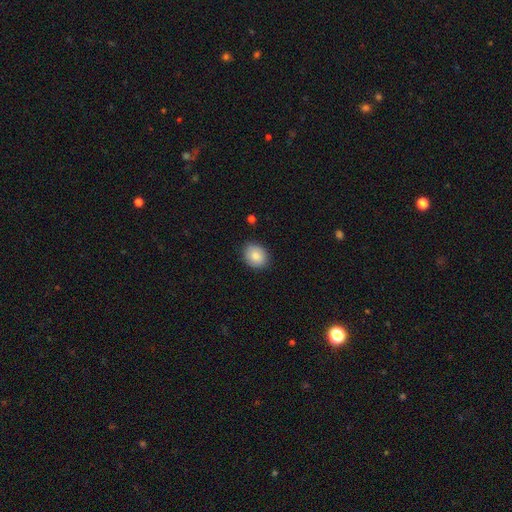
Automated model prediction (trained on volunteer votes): A smooth galaxy with no disk features (86%) that is round (51%).

Vote fractions:
- Smooth or featured? smooth: 86% / featured or disk: 7% / star or artifact: 7%
- How rounded? round: 51% / in between: 48% / cigar-shaped: 1%
- Merging? none: 86% / minor disturbance: 11% / major disturbance: 2% / merger: 1%